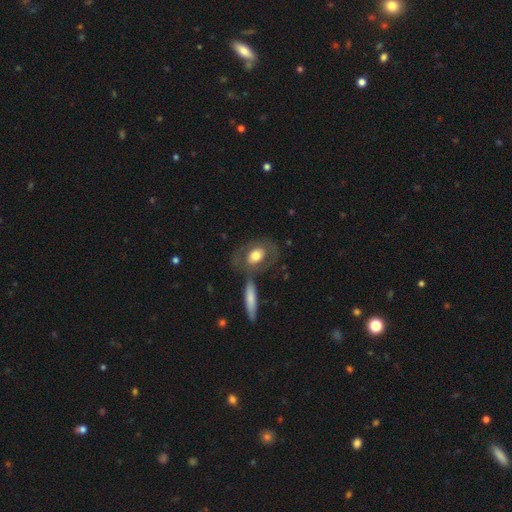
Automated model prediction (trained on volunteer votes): smooth_or_featured: smooth (p=0.52) [alt: featured or disk p=0.42]
how_rounded: in between (p=0.74) [alt: round p=0.23]
merging: none (p=0.61) [alt: merger p=0.16]